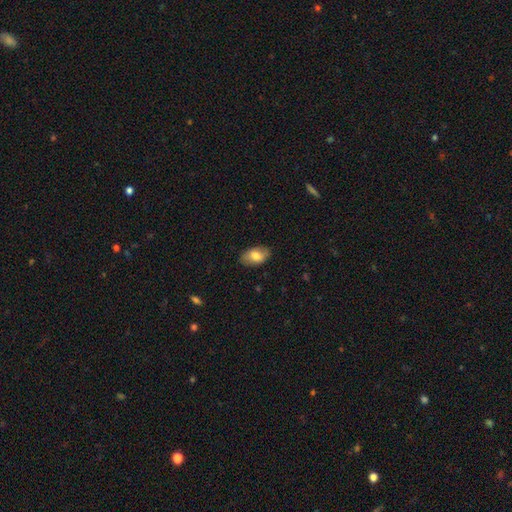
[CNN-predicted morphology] smooth-or-featured: smooth: 74% | featured or disk: 19% | star or artifact: 7%
  how-rounded: in between: 92% | round: 6% | cigar-shaped: 2%
  merging: none: 83% | minor disturbance: 13% | major disturbance: 3% | merger: 1%